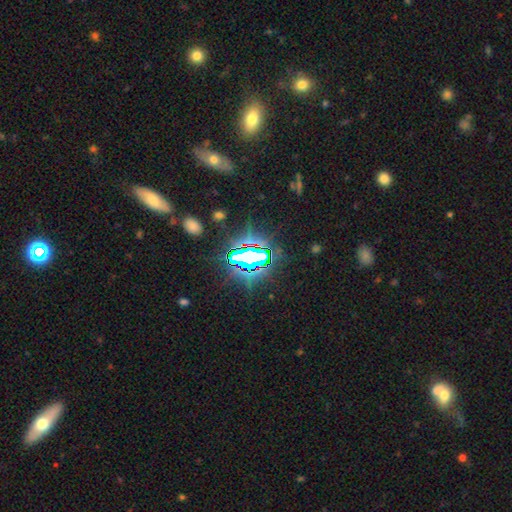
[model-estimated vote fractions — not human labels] This appears to be a star or artifact, not a galaxy (79%).